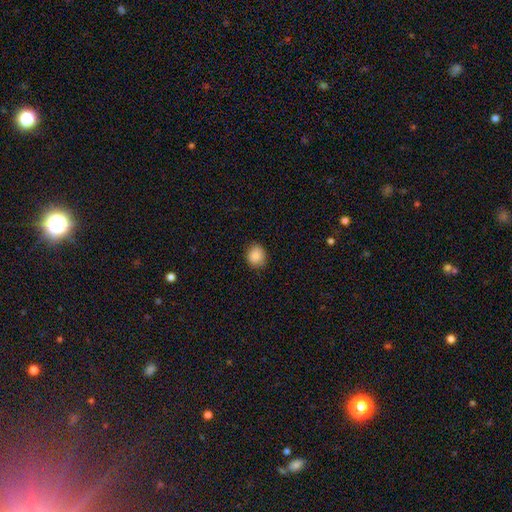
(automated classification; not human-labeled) This appears to be a smooth galaxy with no disk features (88%) that is round (67%). Merging: none (85%).